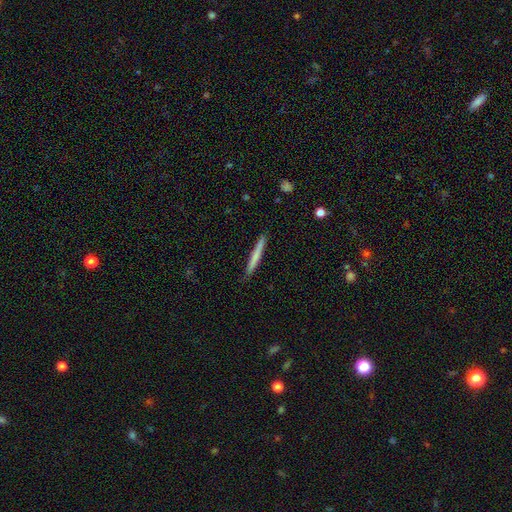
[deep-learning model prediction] Q: Smooth or featured?
A: smooth (66%); runner-up: featured or disk (28%)
Q: How rounded?
A: cigar-shaped (97%); runner-up: in between (2%)
Q: Merging?
A: none (88%); runner-up: minor disturbance (9%)